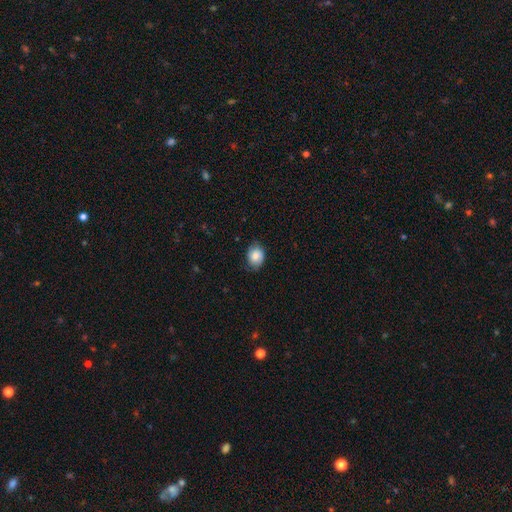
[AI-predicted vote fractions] The model was most divided on "how rounded": in between: 57%, round: 42%, cigar-shaped: 1%. More confident: smooth or featured — smooth (73%); merging — none (69%).